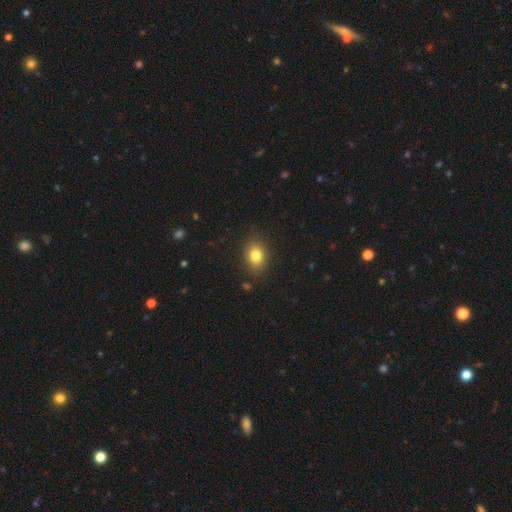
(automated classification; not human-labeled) Overall: smooth (82%). How rounded: in between (65%; round 34%). Merging: none (85%).